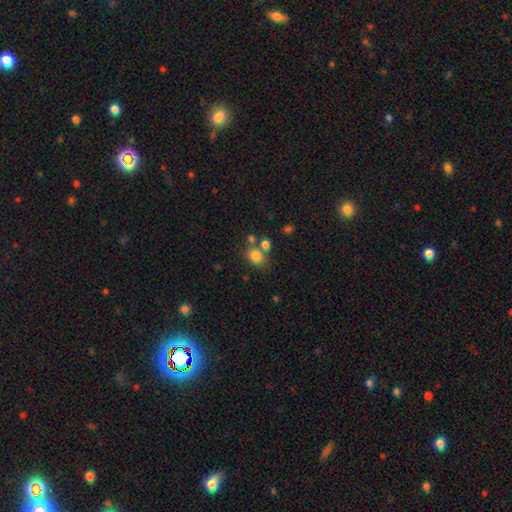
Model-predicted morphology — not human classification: A smooth galaxy with no disk features (79%) that is round (52%). Merging: none (61%).